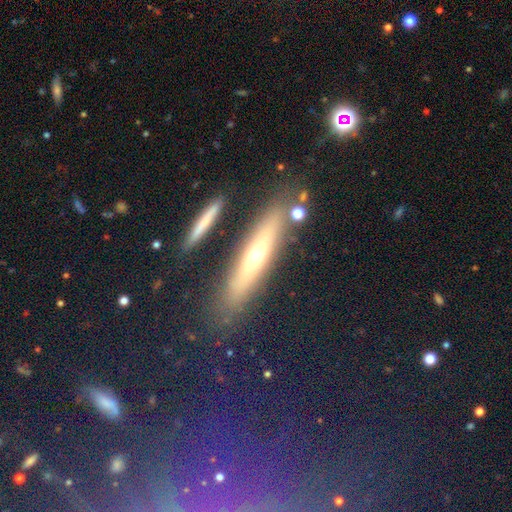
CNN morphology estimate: This appears to be a featured or disk galaxy (43%). Merging: none (83%).